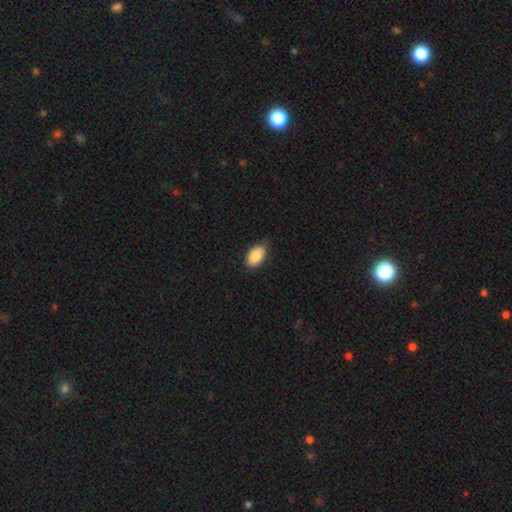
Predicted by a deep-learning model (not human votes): Smooth or featured? smooth (89%)
How rounded? in between (93%)
Merging? none (73%)